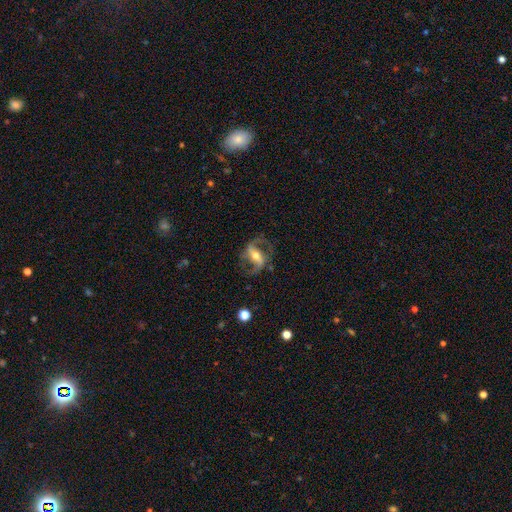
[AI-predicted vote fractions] Morphology: type=featured or disk (83%); edge-on=no (93%); bar=strong (57%); spiral arms=yes (91%); winding=medium (46%); arm count=2 (90%); bulge=moderate (61%); merging=none (71%).